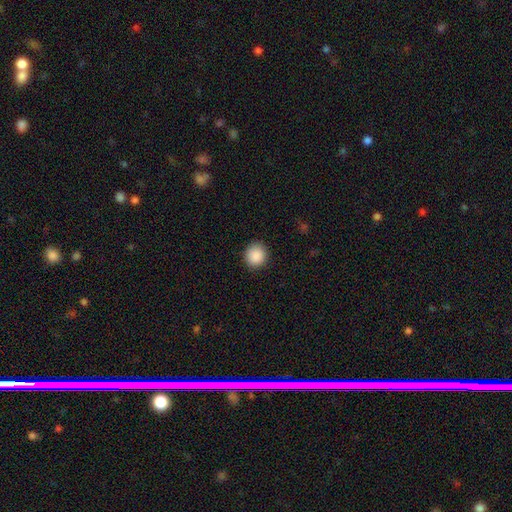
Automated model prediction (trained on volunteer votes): Smooth or featured: smooth — 89% (star or artifact — 8%)
How rounded: round — 87% (in between — 12%)
Merging: none — 90% (minor disturbance — 7%)